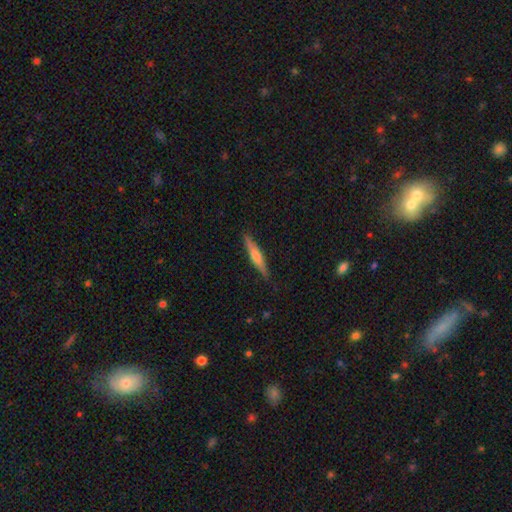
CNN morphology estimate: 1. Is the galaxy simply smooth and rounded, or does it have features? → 57% featured or disk, 37% smooth, 6% star or artifact.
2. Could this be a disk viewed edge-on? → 96% yes, 4% no.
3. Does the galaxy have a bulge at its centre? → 73% rounded, 15% none, 12% boxy.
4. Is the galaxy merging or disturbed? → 89% none, 9% minor disturbance, 2% major disturbance, 1% merger.